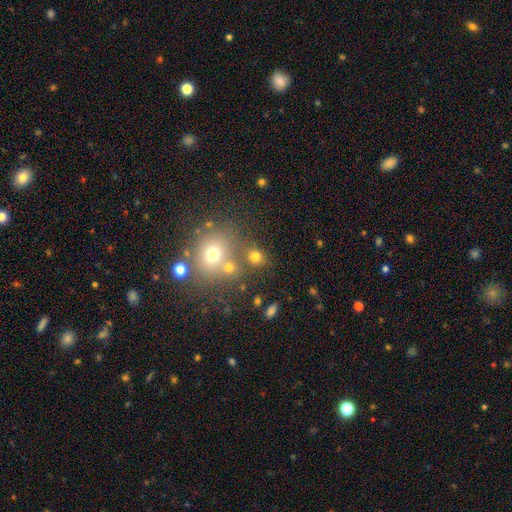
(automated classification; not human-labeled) A smooth galaxy with no disk features (73%) that is round (75%).

Vote fractions:
- Smooth or featured? smooth: 73% / star or artifact: 18% / featured or disk: 9%
- How rounded? round: 75% / in between: 23% / cigar-shaped: 1%
- Merging? none: 69% / merger: 18% / minor disturbance: 9% / major disturbance: 5%